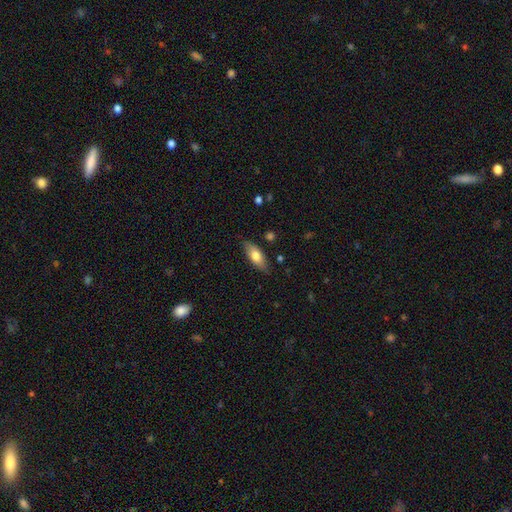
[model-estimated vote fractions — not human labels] Smooth or featured?
  - smooth: 71% *
  - featured or disk: 23%
  - star or artifact: 6%
How rounded?
  - in between: 76% *
  - cigar-shaped: 21%
  - round: 3%
Merging?
  - none: 84% *
  - minor disturbance: 13%
  - major disturbance: 2%
  - merger: 2%